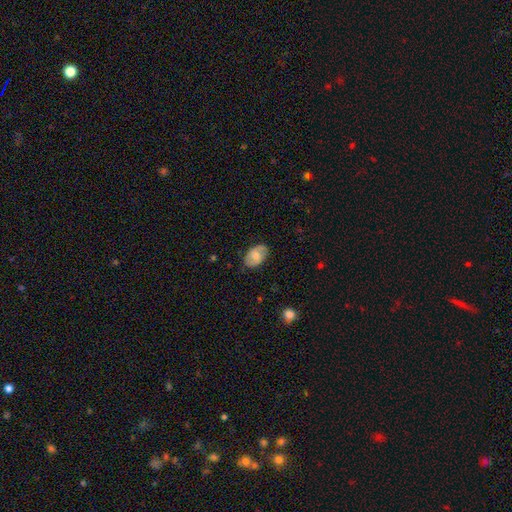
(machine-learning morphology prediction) Smooth or featured?
  - smooth: 56% *
  - featured or disk: 38%
  - star or artifact: 7%
How rounded?
  - in between: 87% *
  - round: 12%
  - cigar-shaped: 1%
Merging?
  - none: 79% *
  - minor disturbance: 16%
  - major disturbance: 4%
  - merger: 1%